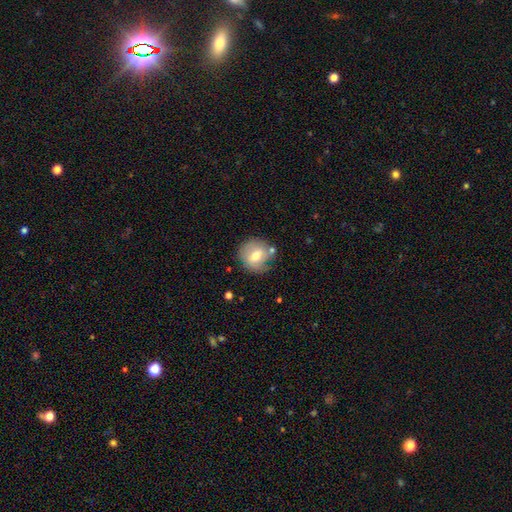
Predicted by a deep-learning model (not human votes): Smooth or featured? smooth (65%)
How rounded? round (85%)
Merging? none (69%)